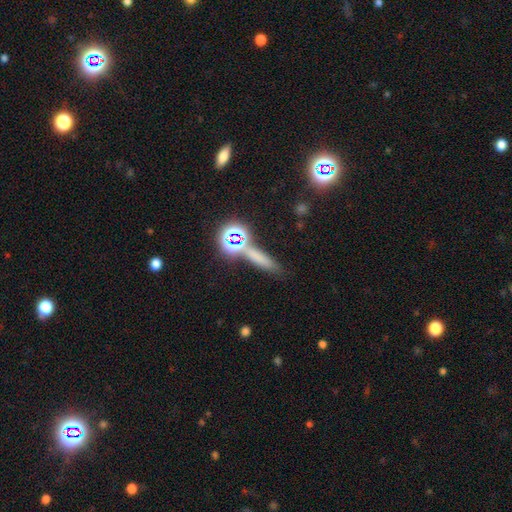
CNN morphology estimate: smooth-or-featured: smooth: 58% | star or artifact: 29% | featured or disk: 13%
  how-rounded: cigar-shaped: 73% | in between: 15% | round: 12%
  merging: none: 74% | minor disturbance: 11% | merger: 11% | major disturbance: 5%